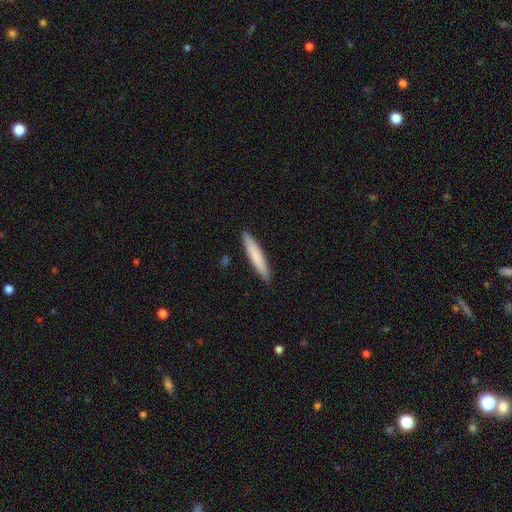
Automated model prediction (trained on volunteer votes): A smooth galaxy with no disk features (78%) that is cigar-shaped (92%). Merging: none (90%).